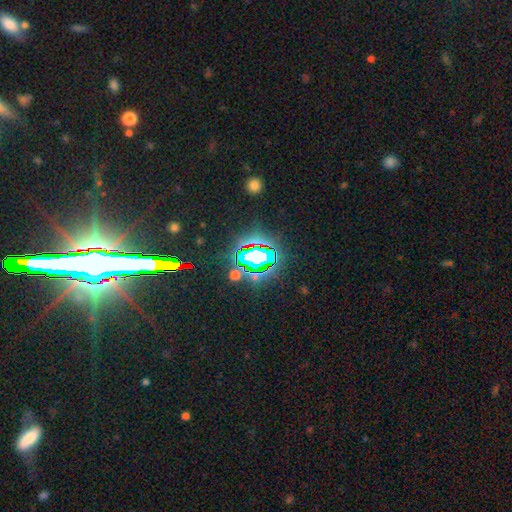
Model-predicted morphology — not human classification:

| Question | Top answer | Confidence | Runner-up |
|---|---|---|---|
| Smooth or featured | star or artifact | 70% | smooth (19%) |